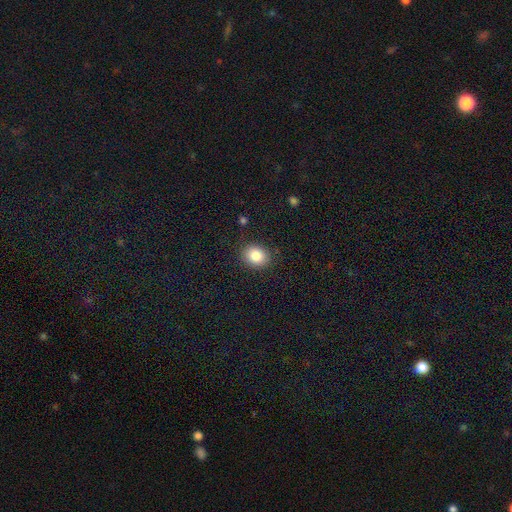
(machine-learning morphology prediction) smooth_or_featured: smooth (p=0.84) [alt: star or artifact p=0.09]
how_rounded: round (p=0.55) [alt: in between p=0.44]
merging: none (p=0.87) [alt: minor disturbance p=0.09]